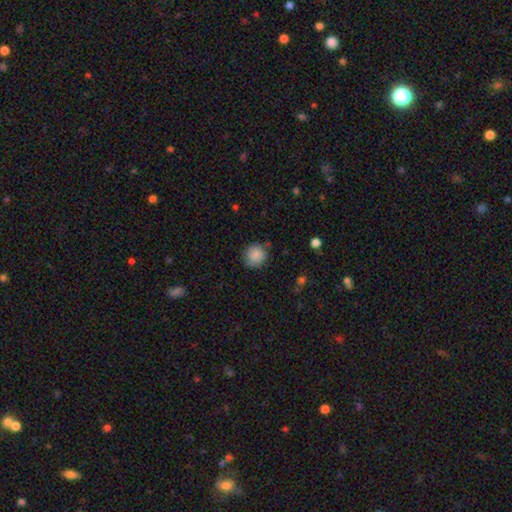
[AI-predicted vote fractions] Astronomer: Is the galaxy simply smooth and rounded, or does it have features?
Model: smooth — 87%.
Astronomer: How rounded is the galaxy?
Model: round — 89%.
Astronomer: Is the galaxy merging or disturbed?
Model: none — 79%.